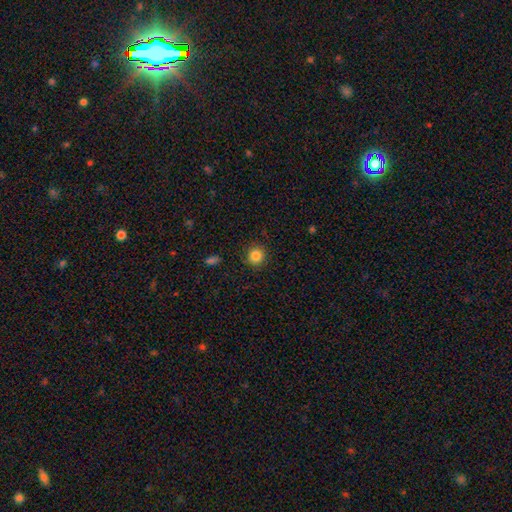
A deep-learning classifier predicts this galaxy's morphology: type=smooth (84%); roundness=round (91%); merging=none (89%).